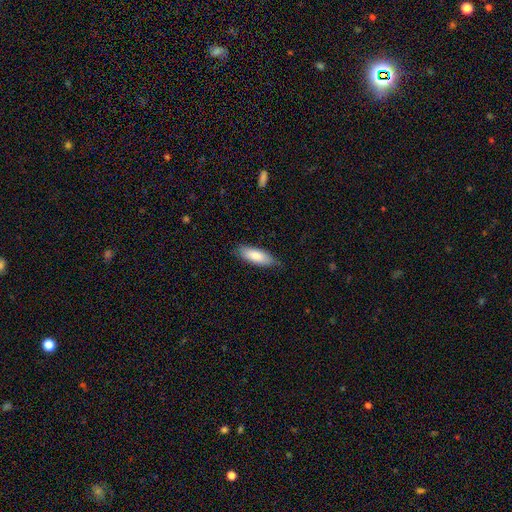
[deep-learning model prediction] Morphology: type=smooth (83%); roundness=in between (66%); merging=none (82%).